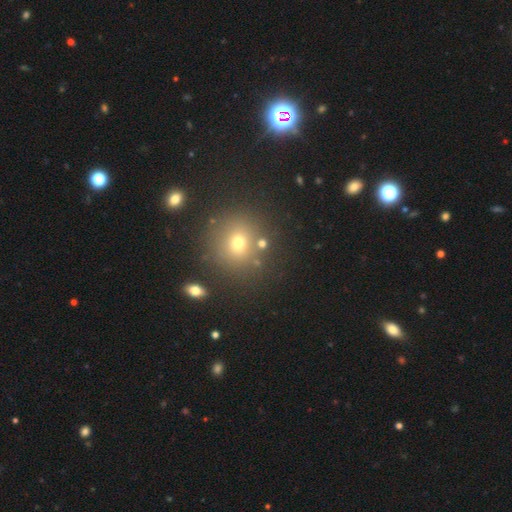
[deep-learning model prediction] Smooth or featured? smooth (60%)
How rounded? round (89%)
Merging? none (82%)